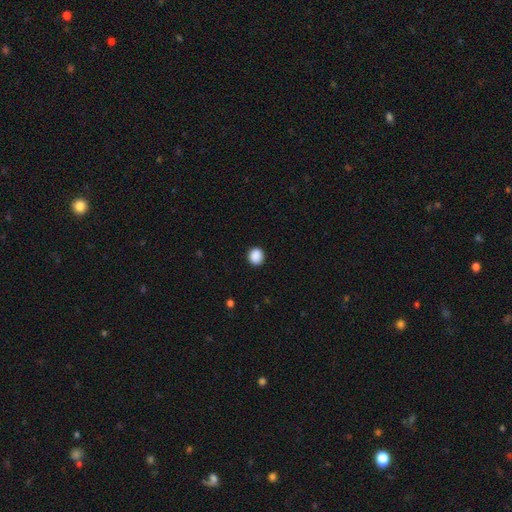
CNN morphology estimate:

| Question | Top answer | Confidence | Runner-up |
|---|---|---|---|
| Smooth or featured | smooth | 89% | star or artifact (9%) |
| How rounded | round | 83% | in between (16%) |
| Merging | none | 91% | minor disturbance (6%) |